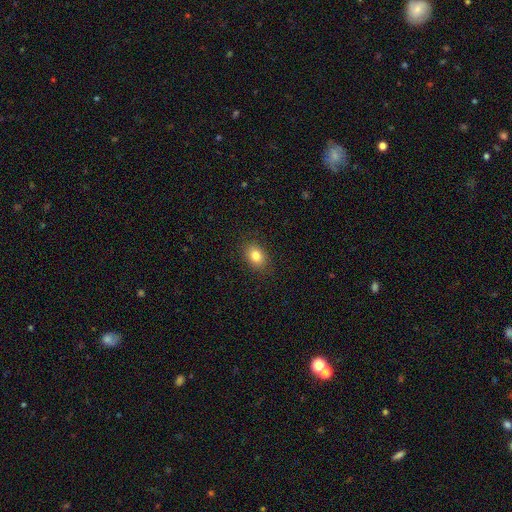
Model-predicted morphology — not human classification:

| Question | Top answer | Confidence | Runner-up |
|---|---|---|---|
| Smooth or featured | smooth | 83% | star or artifact (9%) |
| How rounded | in between | 76% | round (23%) |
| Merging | none | 88% | minor disturbance (9%) |